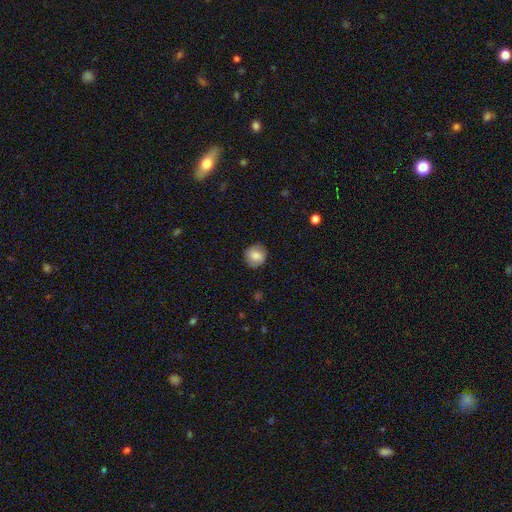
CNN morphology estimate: Smooth or featured?
  - smooth: 78% *
  - featured or disk: 13%
  - star or artifact: 8%
How rounded?
  - round: 86% *
  - in between: 13%
  - cigar-shaped: 1%
Merging?
  - none: 83% *
  - minor disturbance: 13%
  - major disturbance: 3%
  - merger: 1%